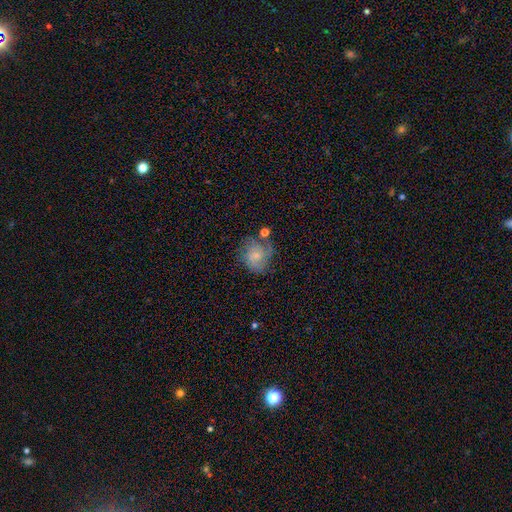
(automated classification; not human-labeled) This is possibly a featured or disk galaxy (46%). Merging: possibly none (51%).